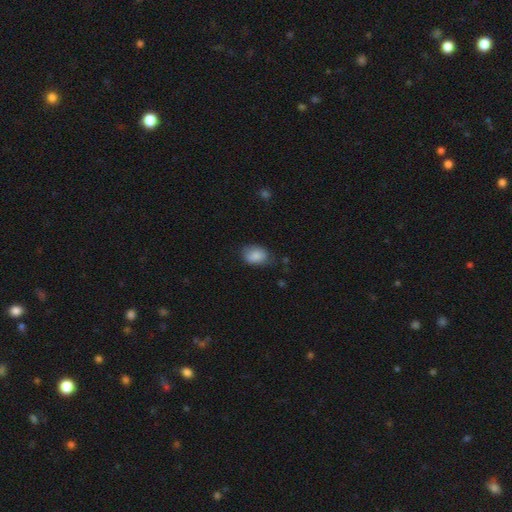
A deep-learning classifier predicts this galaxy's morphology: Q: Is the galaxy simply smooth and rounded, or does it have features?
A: smooth — 84%.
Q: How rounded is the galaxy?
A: in between — 78%.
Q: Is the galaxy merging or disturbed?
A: none — 66%.